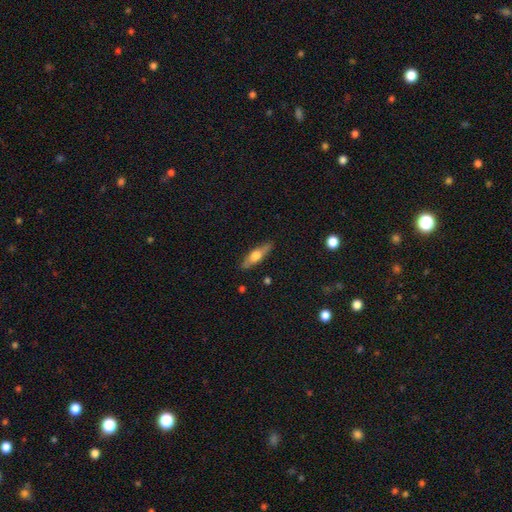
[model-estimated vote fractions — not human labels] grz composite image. It shows a smooth galaxy with no disk features (55%) that is cigar-shaped (61%). Merging: none (85%).